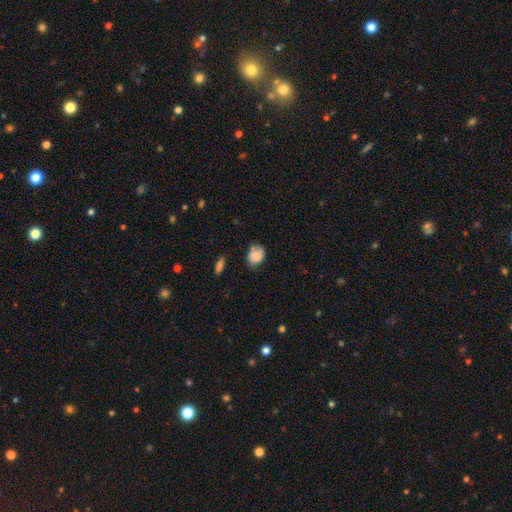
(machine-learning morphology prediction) smooth-or-featured: smooth: 82% | featured or disk: 9% | star or artifact: 8%
  how-rounded: in between: 52% | round: 47% | cigar-shaped: 1%
  merging: none: 57% | minor disturbance: 30% | major disturbance: 7% | merger: 5%